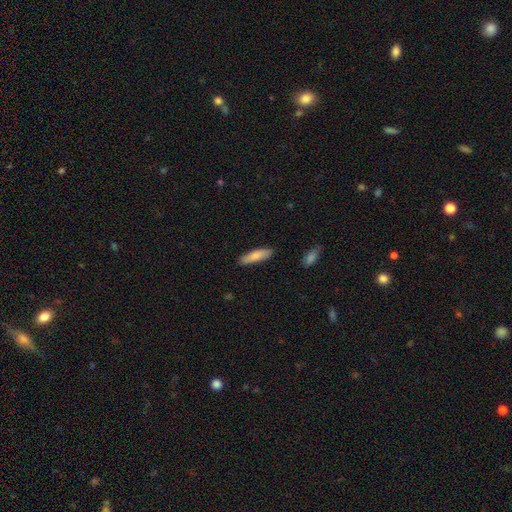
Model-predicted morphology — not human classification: The model was most divided on "how rounded": cigar-shaped: 59%, in between: 39%, round: 2%. More confident: merging — none (87%); smooth or featured — smooth (80%).